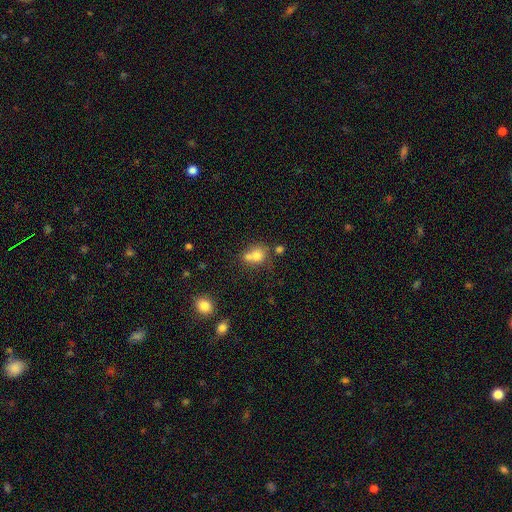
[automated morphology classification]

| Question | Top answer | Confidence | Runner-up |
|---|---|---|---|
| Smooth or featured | smooth | 74% | featured or disk (14%) |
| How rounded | round | 63% | in between (36%) |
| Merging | merger | 50% | none (34%) |